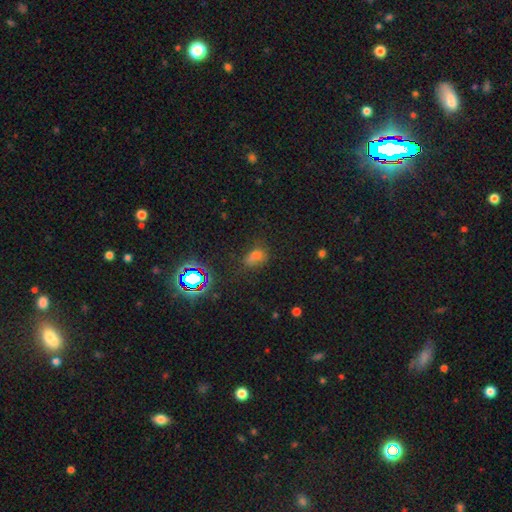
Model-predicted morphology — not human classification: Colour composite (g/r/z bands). It shows a smooth galaxy with no disk features (59%) that is in between round and cigar-shaped (77%). Merging: none (63%).